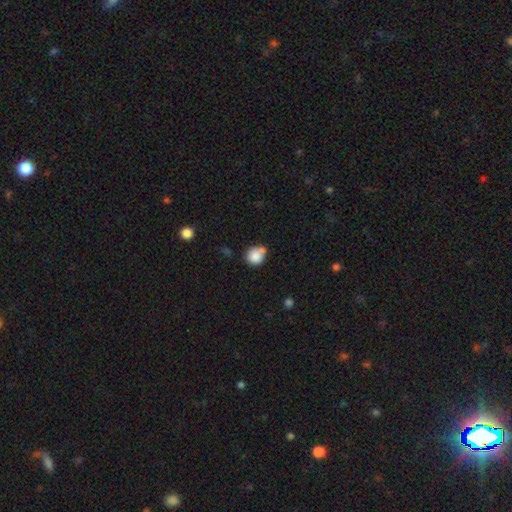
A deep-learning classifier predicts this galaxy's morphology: Overall: smooth (84%). How rounded: round (87%). Merging: none (54%; merger 25%).